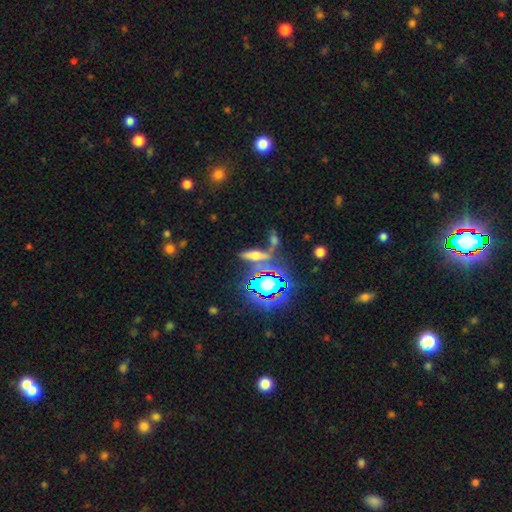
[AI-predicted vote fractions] This appears to be a smooth galaxy with no disk features (36%). Merging: none (62%).